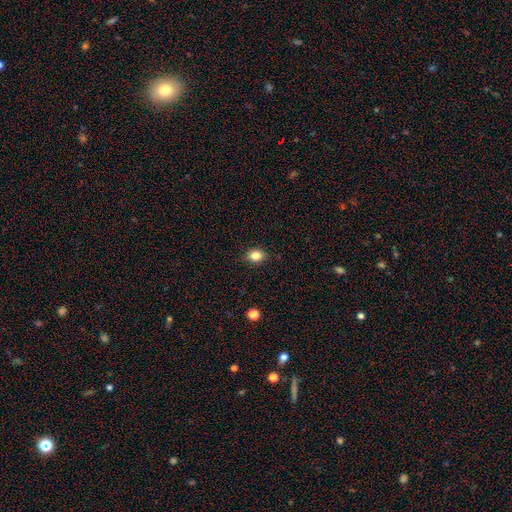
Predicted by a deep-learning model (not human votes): Smooth or featured: smooth — 83% (star or artifact — 11%)
How rounded: in between — 58% (round — 41%)
Merging: none — 88% (minor disturbance — 9%)